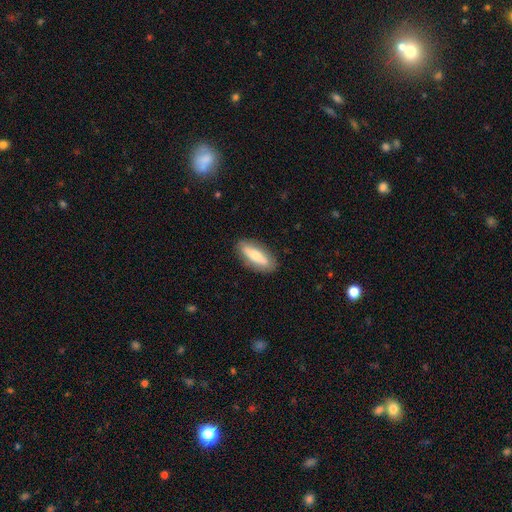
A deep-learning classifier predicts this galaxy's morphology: This appears to be a smooth galaxy with no disk features (63%) that is in between round and cigar-shaped (60%). Merging: none (86%).